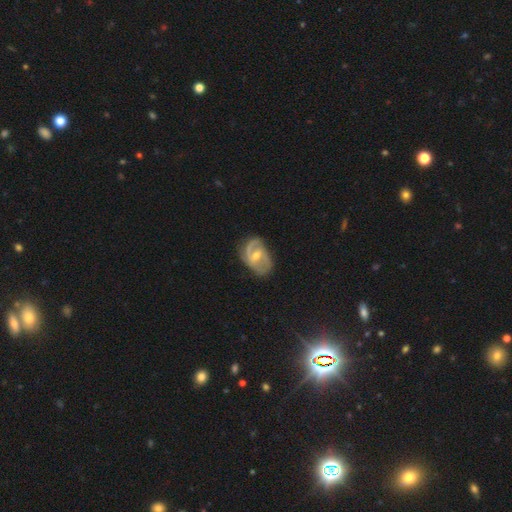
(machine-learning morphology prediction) type=featured or disk (77%); edge-on=no (96%); bar=weak (53%); spiral arms=yes (88%); winding=medium (44%); arm count=2 (63%); bulge=moderate (60%); merging=none (62%).